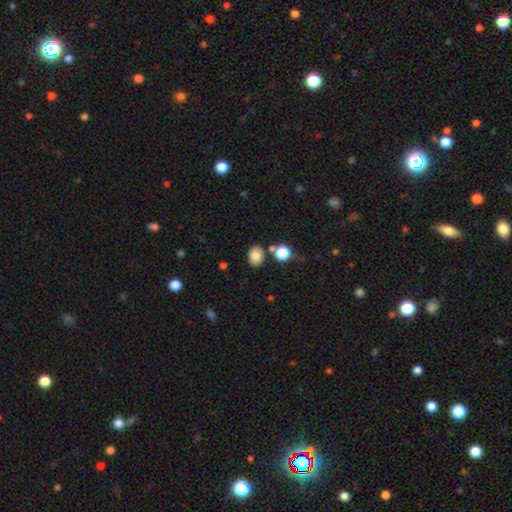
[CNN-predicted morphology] type=smooth (82%); roundness=in between (63%); merging=none (76%).